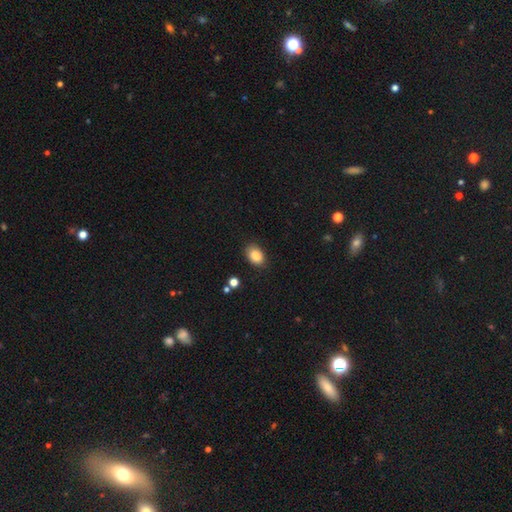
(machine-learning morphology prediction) smooth 84%, star or artifact 9%, featured or disk 7%. Down the decision tree: how rounded — in between (81%); merging — none (86%).